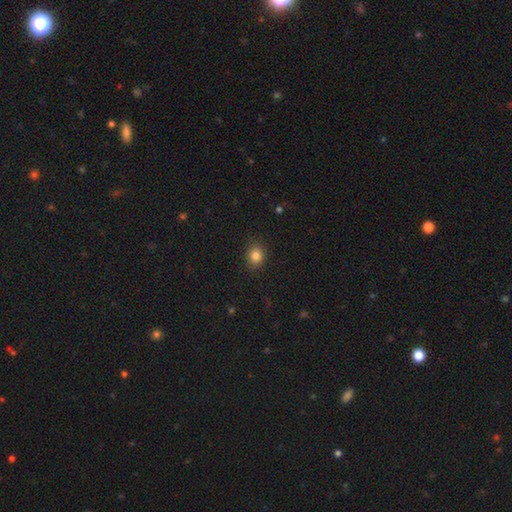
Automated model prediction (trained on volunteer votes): Smooth or featured: smooth — 84% (star or artifact — 11%)
How rounded: round — 59% (in between — 40%)
Merging: none — 87% (minor disturbance — 9%)